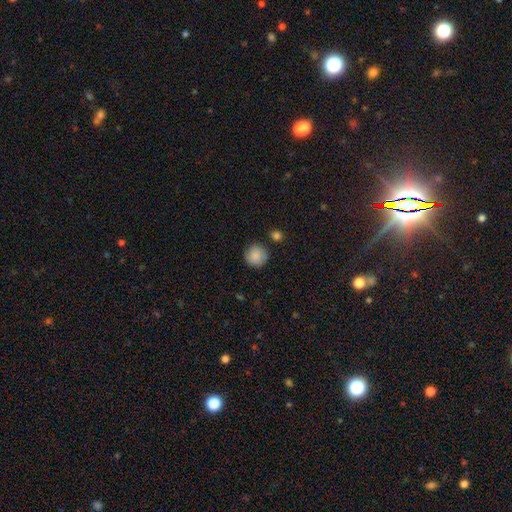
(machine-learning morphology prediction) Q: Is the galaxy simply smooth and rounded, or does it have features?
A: smooth — 86%.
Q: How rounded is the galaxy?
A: round — 93%.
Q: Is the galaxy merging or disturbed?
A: none — 82%.